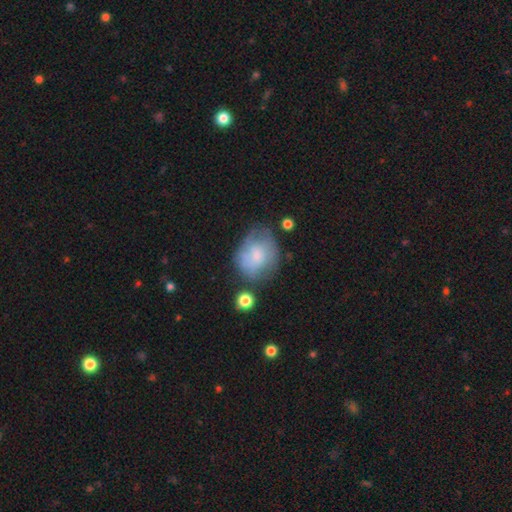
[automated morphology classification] Q: Smooth or featured?
A: smooth (56%); runner-up: featured or disk (34%)
Q: How rounded?
A: in between (56%); runner-up: round (43%)
Q: Merging?
A: none (50%); runner-up: minor disturbance (30%)